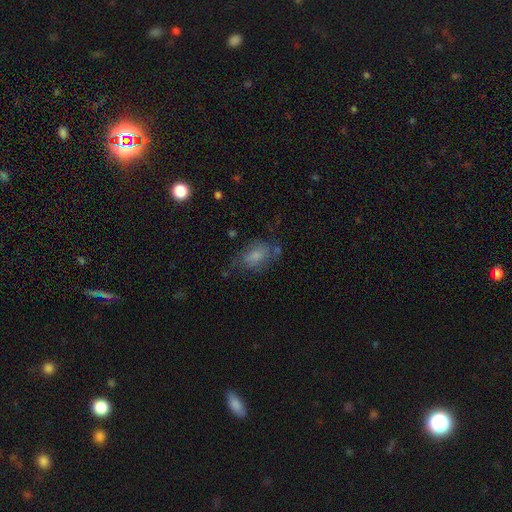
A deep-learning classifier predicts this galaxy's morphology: A smooth galaxy with no disk features (69%) that is in between round and cigar-shaped (84%).

Vote fractions:
- Smooth or featured? smooth: 69% / featured or disk: 22% / star or artifact: 10%
- How rounded? in between: 84% / round: 13% / cigar-shaped: 3%
- Merging? none: 52% / minor disturbance: 26% / major disturbance: 16% / merger: 6%